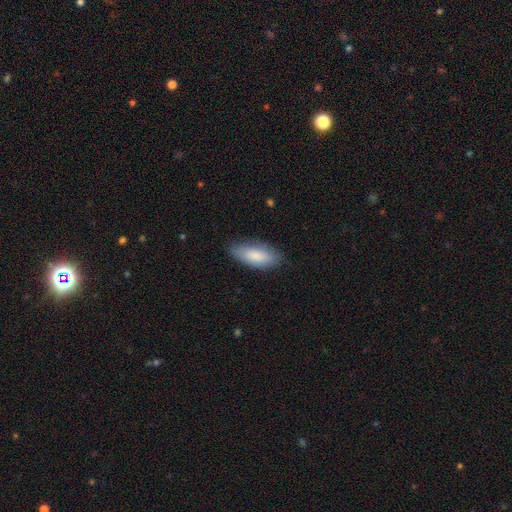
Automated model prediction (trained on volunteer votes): Smooth or featured: smooth — 83% (featured or disk — 11%)
How rounded: in between — 82% (cigar-shaped — 17%)
Merging: none — 78% (minor disturbance — 17%)